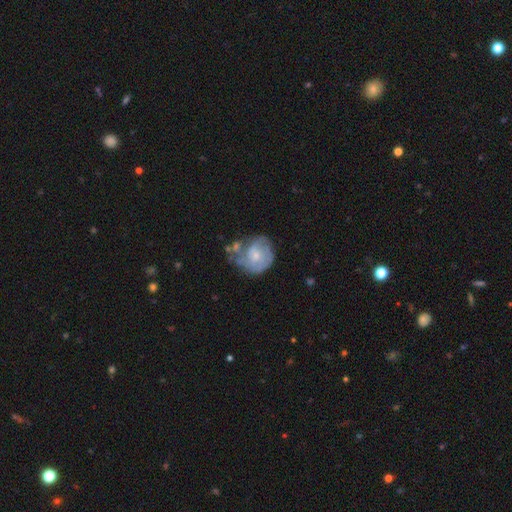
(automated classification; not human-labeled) This is possibly a featured or disk galaxy (58%). It is clearly not viewed edge-on (98%). Bar: likely no (76%). Spiral arm pattern: possibly yes (59%). Central bulge: likely small (66%). Merging: marginally none (38%).